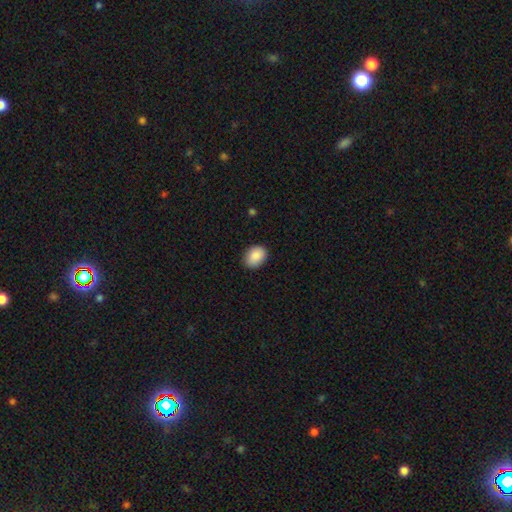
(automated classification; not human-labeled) Q: Smooth or featured?
A: smooth (89%); runner-up: star or artifact (7%)
Q: How rounded?
A: in between (70%); runner-up: round (29%)
Q: Merging?
A: none (86%); runner-up: minor disturbance (10%)